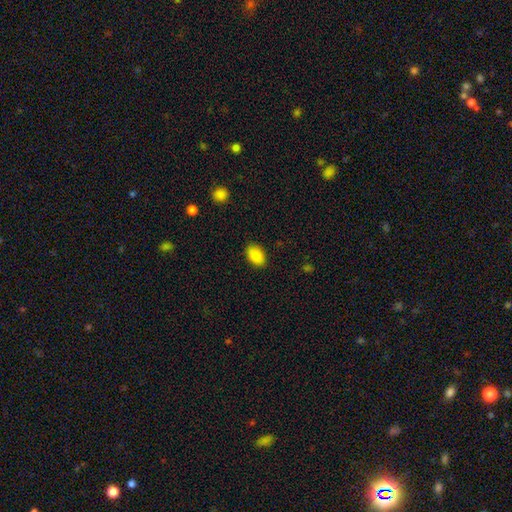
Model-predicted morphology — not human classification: A smooth galaxy with no disk features (86%) that is in between round and cigar-shaped (84%). Merging: none (88%).